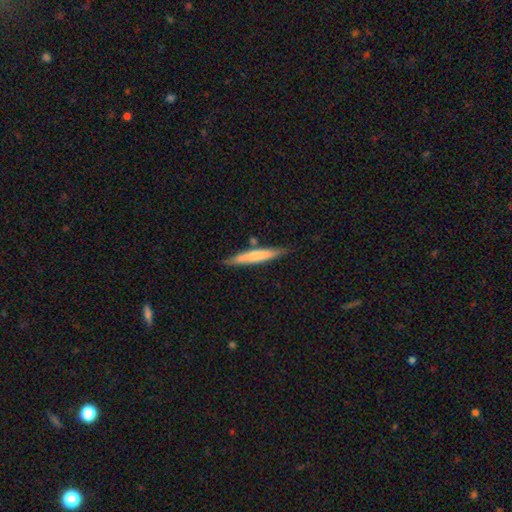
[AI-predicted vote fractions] Smooth or featured?
  - smooth: 64% *
  - featured or disk: 31%
  - star or artifact: 6%
How rounded?
  - cigar-shaped: 94% *
  - in between: 5%
  - round: 1%
Merging?
  - none: 81% *
  - minor disturbance: 12%
  - merger: 5%
  - major disturbance: 2%